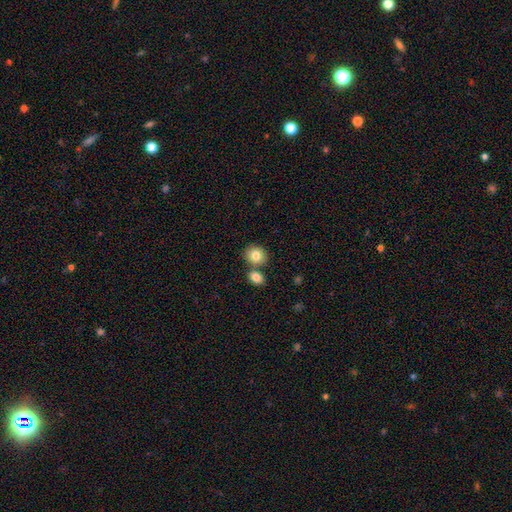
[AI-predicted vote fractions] Smooth or featured?
  - smooth: 83% *
  - star or artifact: 9%
  - featured or disk: 8%
How rounded?
  - round: 70% *
  - in between: 29%
  - cigar-shaped: 1%
Merging?
  - none: 65% *
  - merger: 24%
  - minor disturbance: 9%
  - major disturbance: 2%